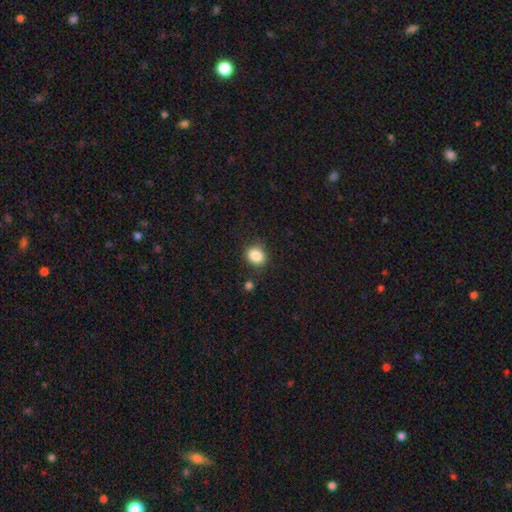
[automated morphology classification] type=smooth (86%); roundness=round (70%); merging=none (81%).